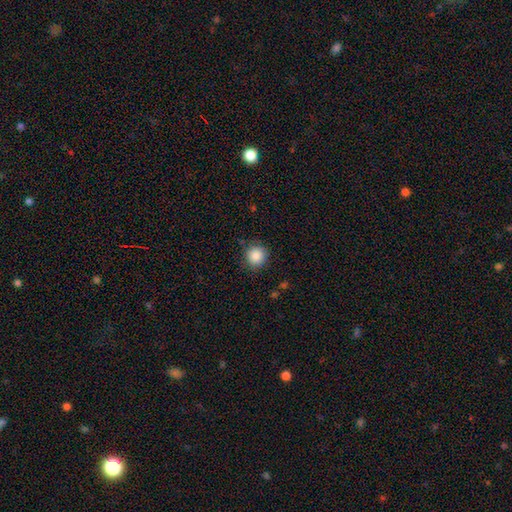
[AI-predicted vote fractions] smooth_or_featured: smooth (p=0.87) [alt: star or artifact p=0.09]
how_rounded: round (p=0.93) [alt: in between p=0.06]
merging: none (p=0.86) [alt: minor disturbance p=0.10]